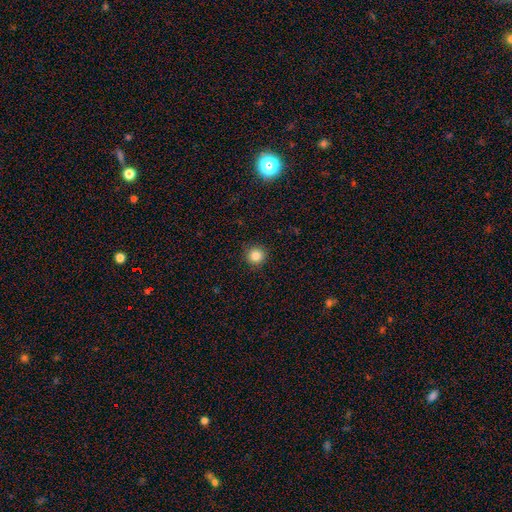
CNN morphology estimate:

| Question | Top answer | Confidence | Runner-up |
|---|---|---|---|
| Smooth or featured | smooth | 85% | star or artifact (11%) |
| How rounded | round | 95% | in between (4%) |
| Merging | none | 91% | minor disturbance (6%) |